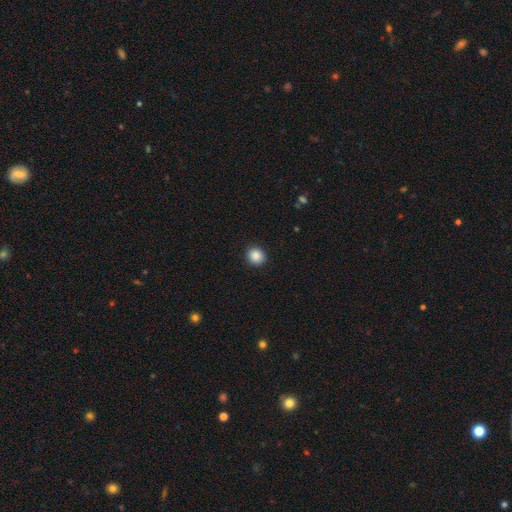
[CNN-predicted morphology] Smooth or featured? Predicted: smooth (p=0.88). How rounded? Predicted: round (p=0.87). Merging? Predicted: none (p=0.92).